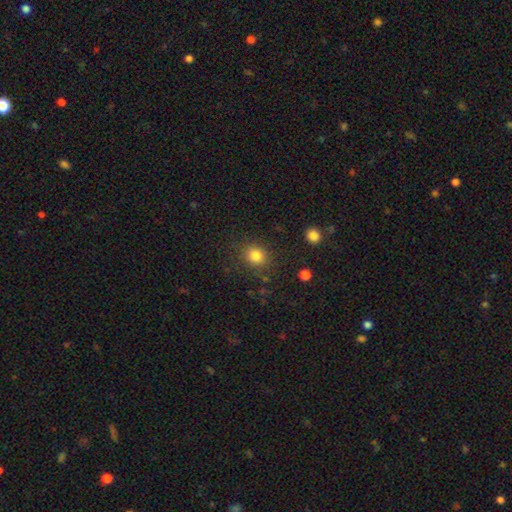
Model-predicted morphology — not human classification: Smooth or featured: smooth — 82% (star or artifact — 12%)
How rounded: round — 78% (in between — 21%)
Merging: none — 83% (minor disturbance — 10%)